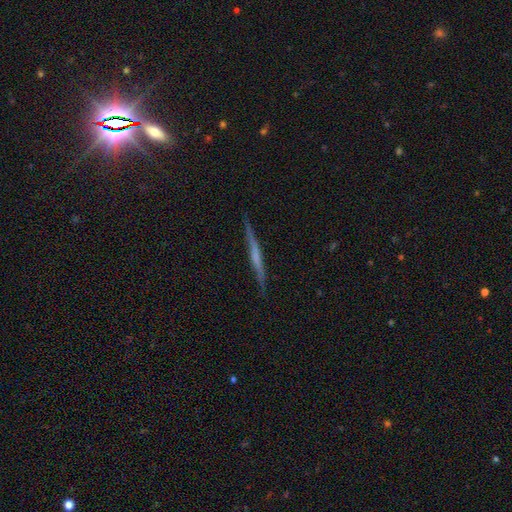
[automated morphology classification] smooth-or-featured: featured or disk: 62% | smooth: 31% | star or artifact: 7%
  disk-edge-on: yes: 97% | no: 3%
    edge-on-bulge: none: 61% | rounded: 24% | boxy: 15%
  merging: none: 89% | minor disturbance: 8% | major disturbance: 2% | merger: 1%